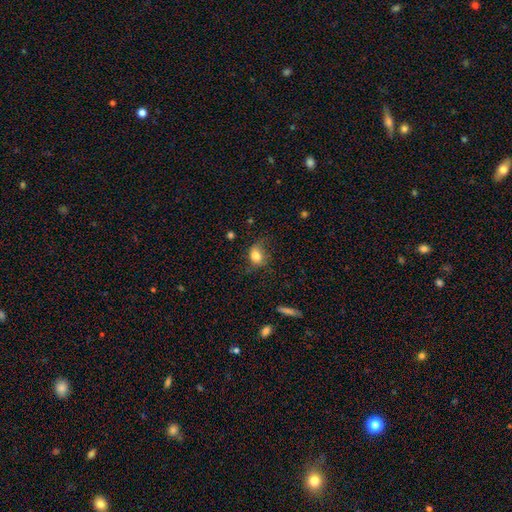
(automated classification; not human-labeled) A smooth galaxy with no disk features (80%) that is in between round and cigar-shaped (63%).

Vote fractions:
- Smooth or featured? smooth: 80% / featured or disk: 10% / star or artifact: 10%
- How rounded? in between: 63% / round: 35% / cigar-shaped: 2%
- Merging? none: 53% / minor disturbance: 29% / major disturbance: 16% / merger: 2%